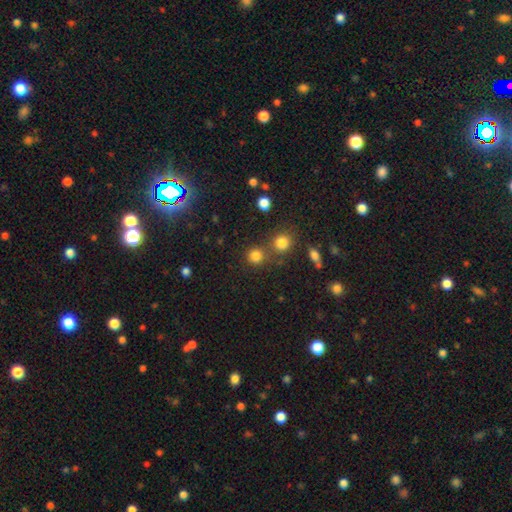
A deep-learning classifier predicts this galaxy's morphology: A smooth galaxy with no disk features (81%) that is round (90%). Merging: none (70%).